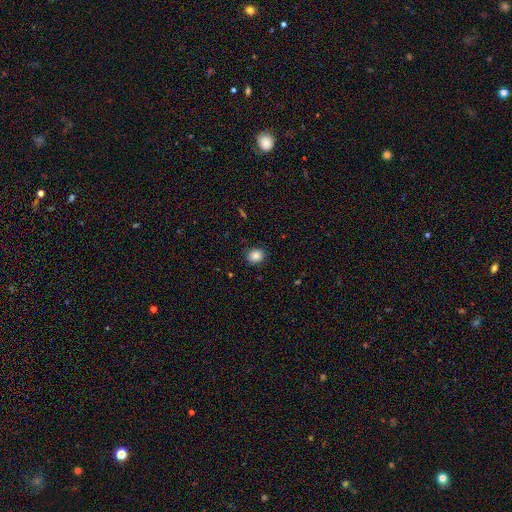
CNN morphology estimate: smooth-or-featured: smooth: 84% | star or artifact: 10% | featured or disk: 5%
  how-rounded: round: 74% | in between: 25% | cigar-shaped: 1%
  merging: none: 85% | minor disturbance: 11% | major disturbance: 3% | merger: 1%